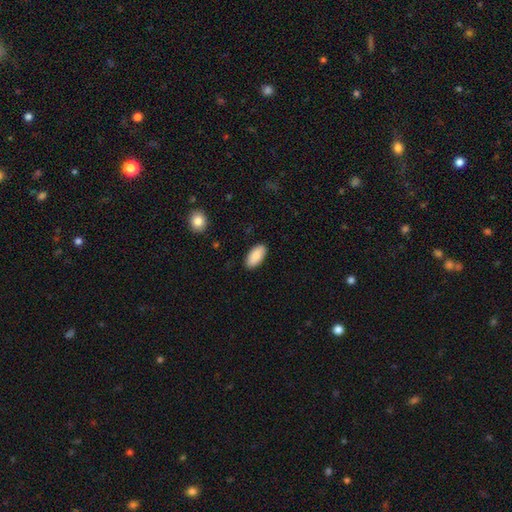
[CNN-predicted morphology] This appears to be a smooth galaxy with no disk features (88%) that is in between round and cigar-shaped (94%). Merging: none (89%).